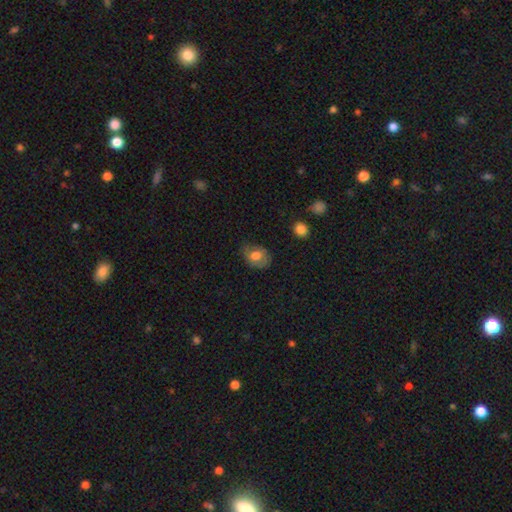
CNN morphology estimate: smooth-or-featured: smooth: 67% | featured or disk: 25% | star or artifact: 8%
  how-rounded: in between: 70% | round: 29% | cigar-shaped: 1%
  merging: none: 64% | minor disturbance: 26% | major disturbance: 9% | merger: 2%